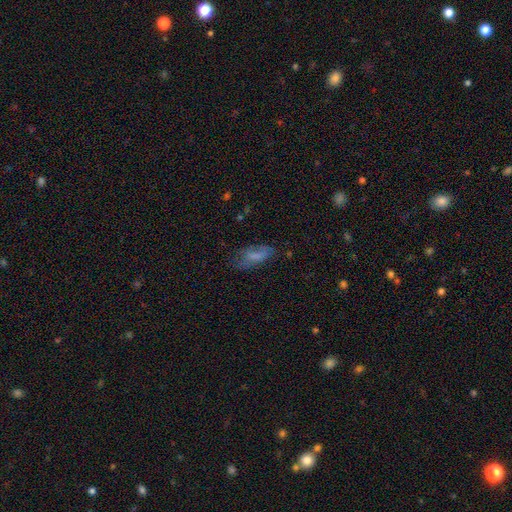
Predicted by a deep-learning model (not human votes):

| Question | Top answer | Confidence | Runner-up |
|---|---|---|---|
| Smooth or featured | smooth | 66% | featured or disk (23%) |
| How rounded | in between | 78% | cigar-shaped (19%) |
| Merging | none | 53% | minor disturbance (28%) |